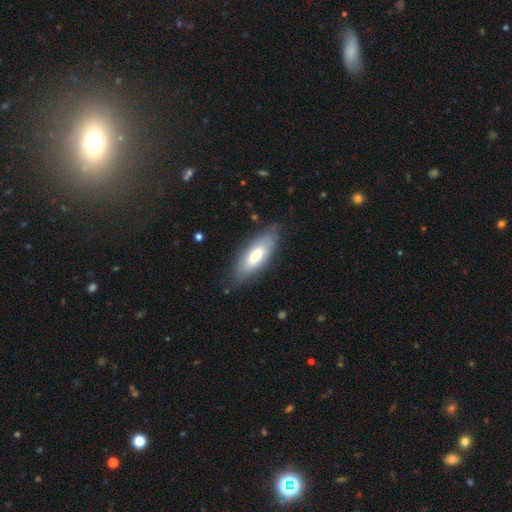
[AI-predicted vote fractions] smooth_or_featured: smooth (p=0.70) [alt: featured or disk p=0.24]
how_rounded: in between (p=0.74) [alt: cigar-shaped p=0.24]
merging: none (p=0.77) [alt: minor disturbance p=0.18]